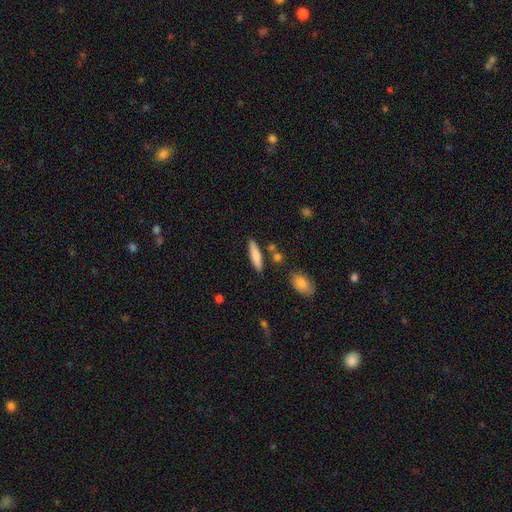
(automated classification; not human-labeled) smooth-or-featured: smooth: 77% | featured or disk: 17% | star or artifact: 6%
  how-rounded: cigar-shaped: 71% | in between: 27% | round: 2%
  merging: none: 81% | minor disturbance: 10% | merger: 6% | major disturbance: 3%